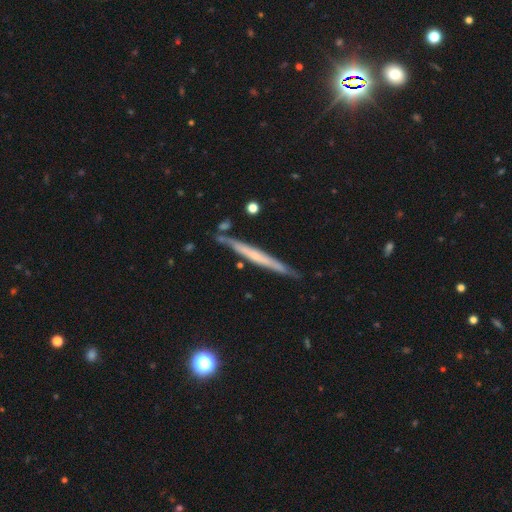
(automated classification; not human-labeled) smooth-or-featured: featured or disk: 59% | smooth: 34% | star or artifact: 7%
  disk-edge-on: yes: 96% | no: 4%
    edge-on-bulge: none: 74% | rounded: 19% | boxy: 6%
  merging: none: 84% | minor disturbance: 11% | merger: 3% | major disturbance: 2%